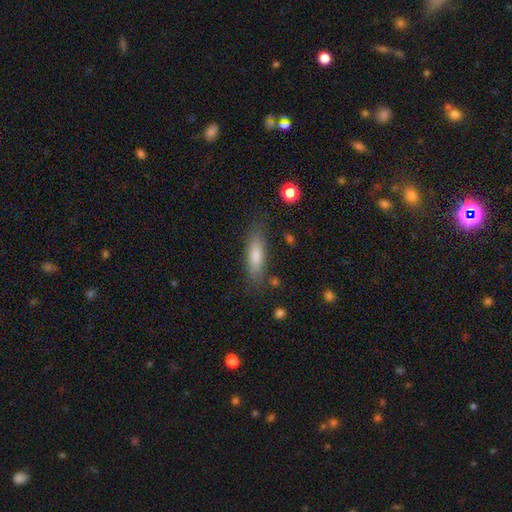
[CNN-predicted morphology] Overall: smooth (75%). How rounded: cigar-shaped (57%; in between 41%). Merging: none (80%).